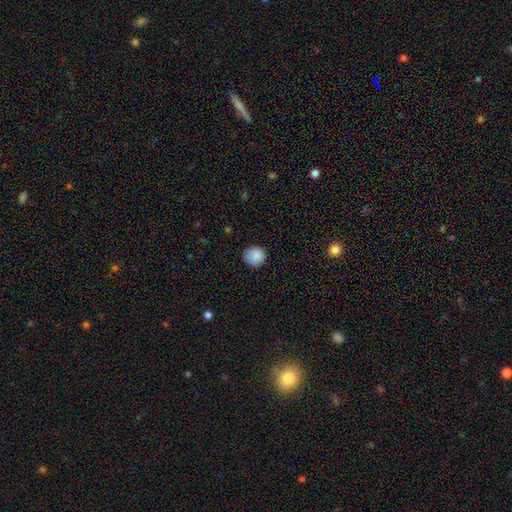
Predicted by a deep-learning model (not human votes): Smooth or featured: smooth — 87% (star or artifact — 9%)
How rounded: round — 91% (in between — 8%)
Merging: none — 83% (minor disturbance — 14%)